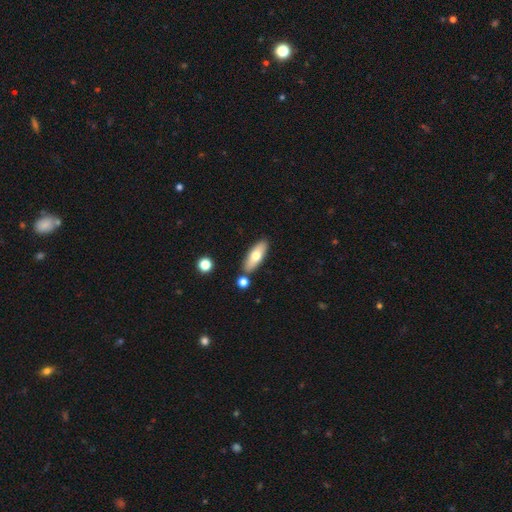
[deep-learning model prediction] Smooth or featured? smooth (68%)
How rounded? in between (67%)
Merging? none (81%)